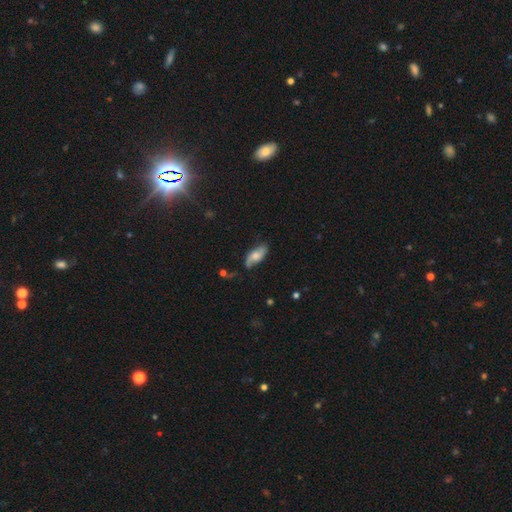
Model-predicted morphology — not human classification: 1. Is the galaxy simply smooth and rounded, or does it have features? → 49% featured or disk, 44% smooth, 7% star or artifact.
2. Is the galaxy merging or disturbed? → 66% none, 24% minor disturbance, 8% major disturbance, 2% merger.